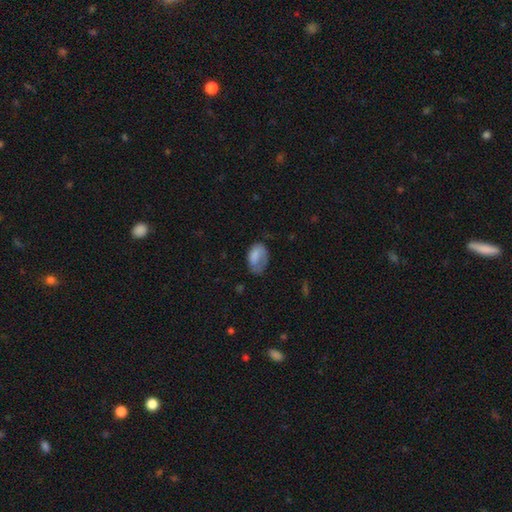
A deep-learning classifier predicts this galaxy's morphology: type=smooth (72%); roundness=in between (88%); merging=none (45%).